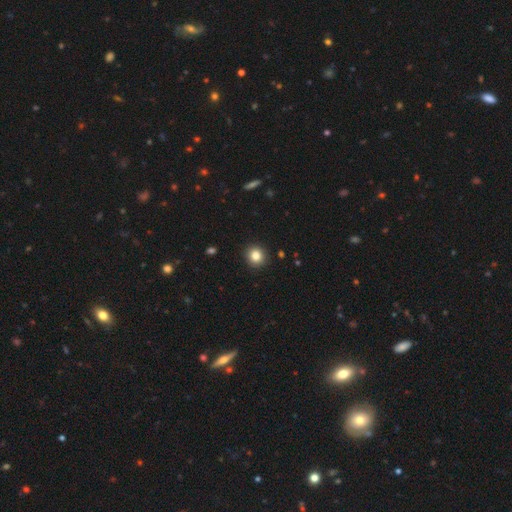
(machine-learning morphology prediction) This is clearly a smooth galaxy (84%). How rounded: clearly round (89%). Merging: clearly none (92%).